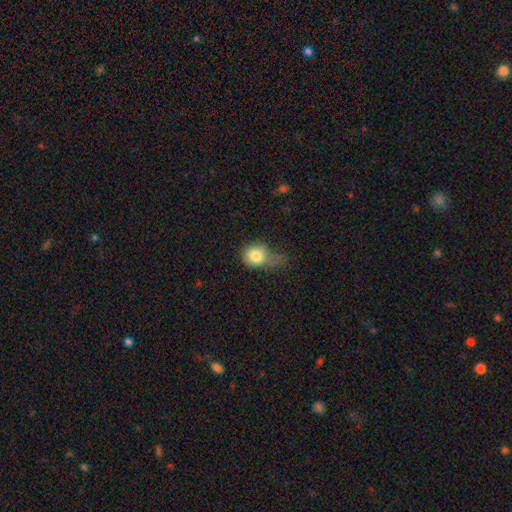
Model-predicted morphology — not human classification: Smooth or featured?
  - smooth: 80% *
  - featured or disk: 10%
  - star or artifact: 10%
How rounded?
  - round: 66% *
  - in between: 33%
  - cigar-shaped: 1%
Merging?
  - minor disturbance: 36% *
  - major disturbance: 33%
  - none: 25%
  - merger: 5%